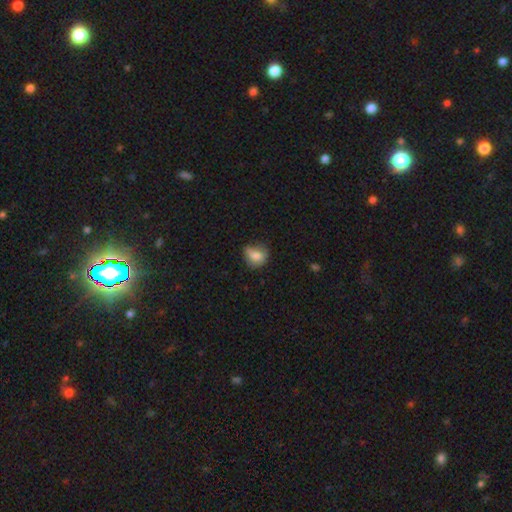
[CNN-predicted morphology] The model was most divided on "how rounded": round: 52%, in between: 46%, cigar-shaped: 2%. Remaining: smooth or featured — smooth (79%); merging — none (50%).